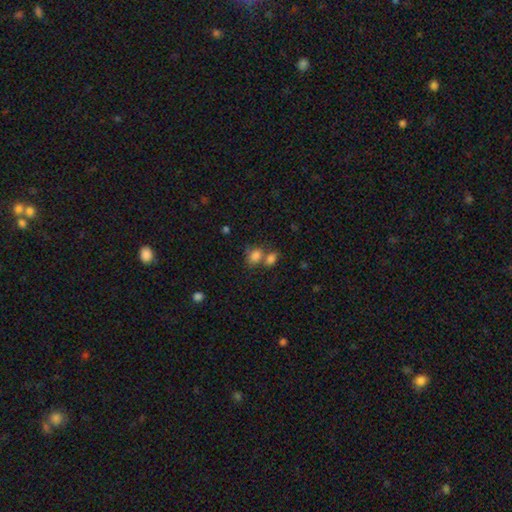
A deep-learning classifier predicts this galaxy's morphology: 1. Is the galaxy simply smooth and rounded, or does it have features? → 81% smooth, 11% star or artifact, 9% featured or disk.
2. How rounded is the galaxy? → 70% in between, 28% round, 2% cigar-shaped.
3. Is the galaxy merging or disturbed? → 48% merger, 35% none, 11% minor disturbance, 6% major disturbance.